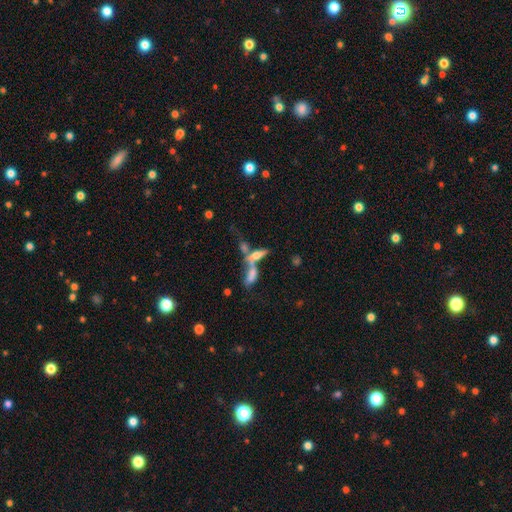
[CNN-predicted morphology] Q: Smooth or featured?
A: smooth (46%); runner-up: featured or disk (42%)
Q: Merging?
A: merger (56%); runner-up: none (28%)